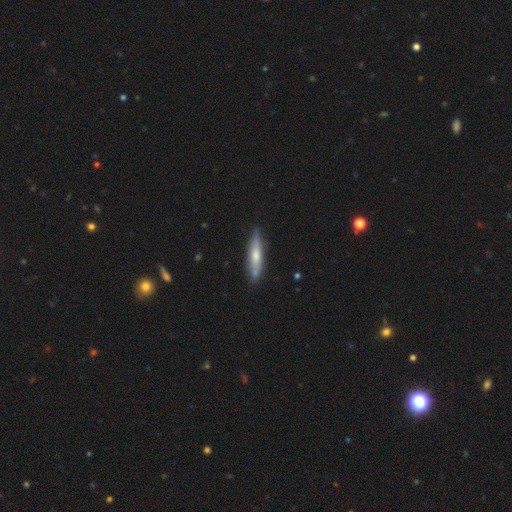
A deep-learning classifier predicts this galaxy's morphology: A smooth galaxy with no disk features (56%) that is cigar-shaped (83%). Merging: none (84%).